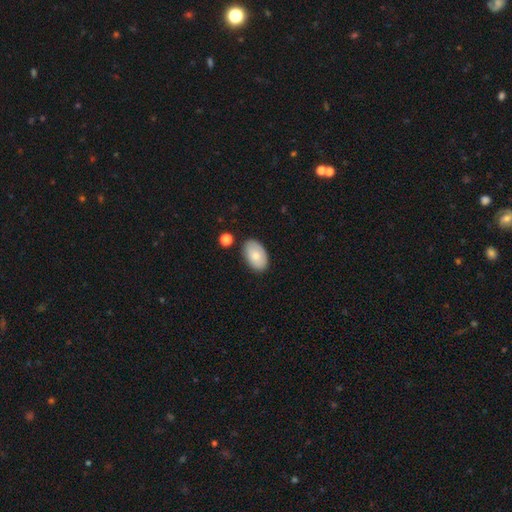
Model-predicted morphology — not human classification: Smooth or featured: smooth — 77% (featured or disk — 16%)
How rounded: in between — 93% (round — 6%)
Merging: none — 82% (minor disturbance — 13%)